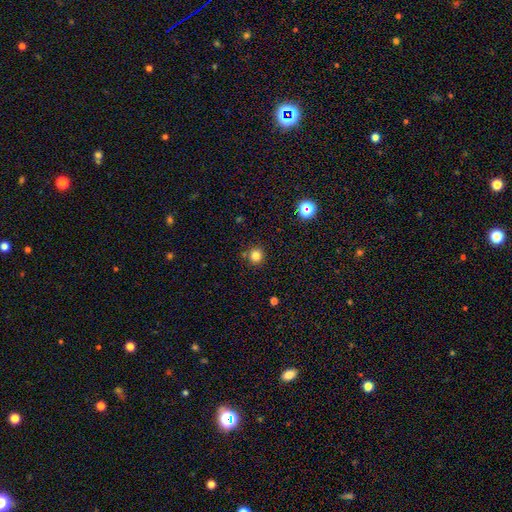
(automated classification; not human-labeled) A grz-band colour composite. It shows a smooth galaxy with no disk features (81%) that is round (95%). Merging: none (86%).